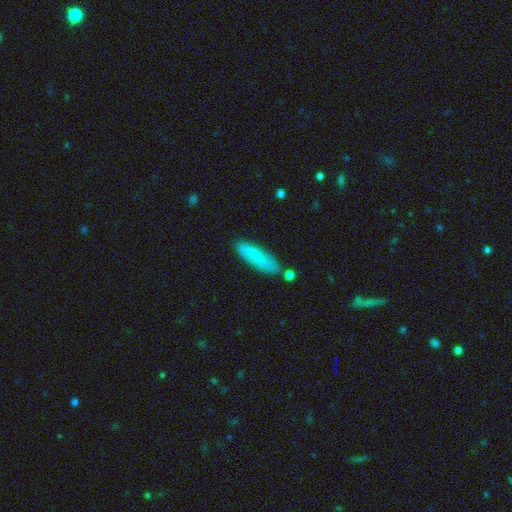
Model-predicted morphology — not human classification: A smooth galaxy with no disk features (68%) that is cigar-shaped (59%).

Vote fractions:
- Smooth or featured? smooth: 68% / featured or disk: 26% / star or artifact: 6%
- How rounded? cigar-shaped: 59% / in between: 39% / round: 2%
- Merging? none: 77% / minor disturbance: 15% / merger: 5% / major disturbance: 3%